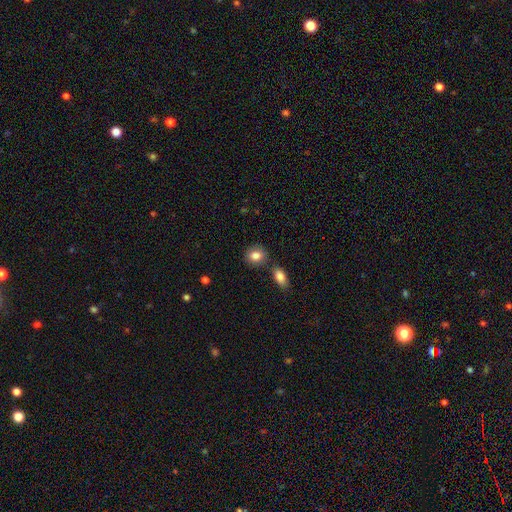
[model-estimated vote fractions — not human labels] smooth 85%, star or artifact 8%, featured or disk 7%. Down the decision tree: how rounded — round (59%); merging — none (76%).